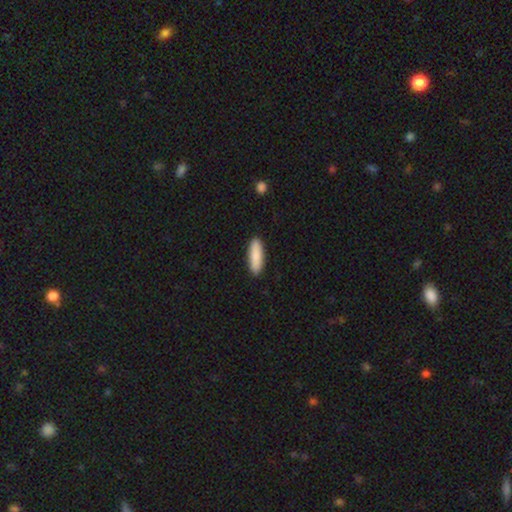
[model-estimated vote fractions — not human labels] Smooth or featured? Predicted: smooth (p=0.87). How rounded? Predicted: cigar-shaped (p=0.57). Merging? Predicted: none (p=0.90).